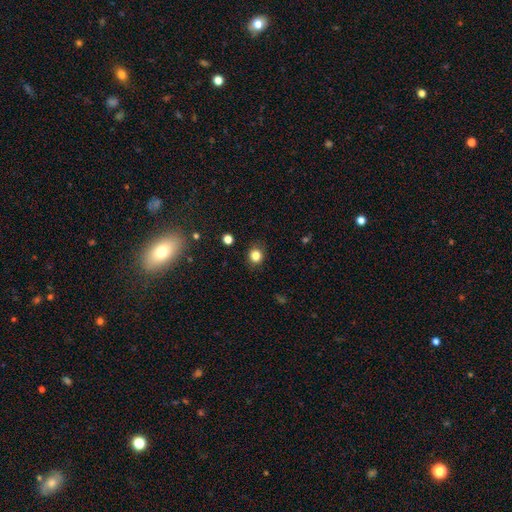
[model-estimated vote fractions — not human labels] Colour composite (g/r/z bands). It shows a smooth galaxy with no disk features (83%) that is round (80%). Merging: none (87%).